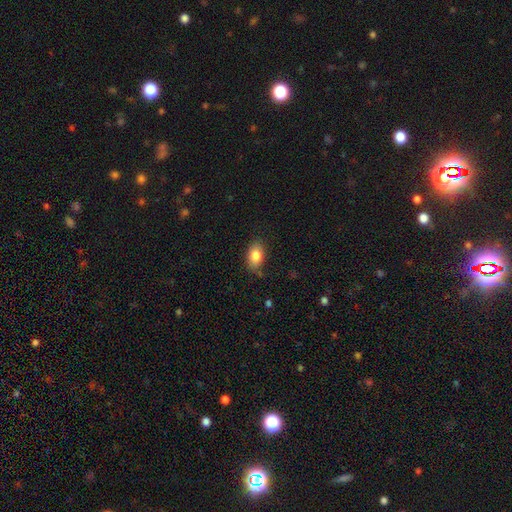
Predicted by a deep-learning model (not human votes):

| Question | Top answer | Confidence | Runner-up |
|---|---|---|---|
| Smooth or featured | smooth | 84% | featured or disk (8%) |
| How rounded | in between | 88% | round (10%) |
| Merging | none | 82% | minor disturbance (14%) |